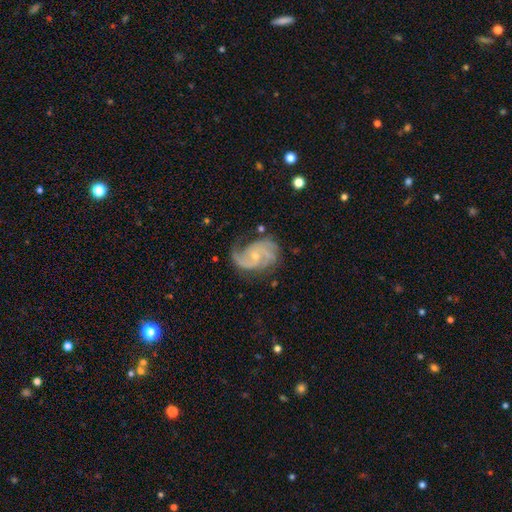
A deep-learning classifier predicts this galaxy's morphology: featured or disk 88%, smooth 6%, star or artifact 6%. Down the decision tree: edge-on disk — no (98%); bar — no (64%); spiral arms — yes (97%); spiral arm count — 2 (52%); spiral winding — medium (49%); bulge size — small (68%); merging — none (61%).